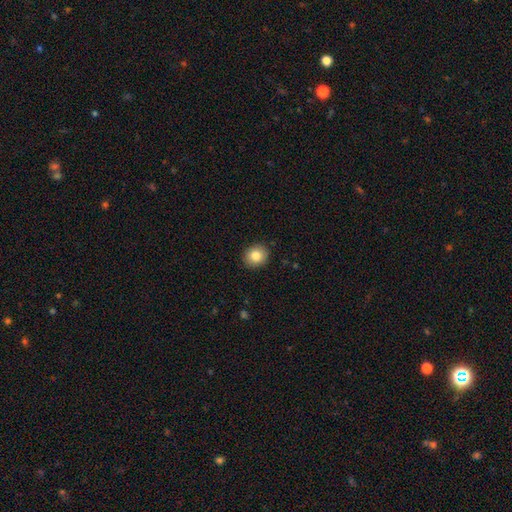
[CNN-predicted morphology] This appears to be a smooth galaxy with no disk features (83%) that is round (74%). Merging: none (90%).